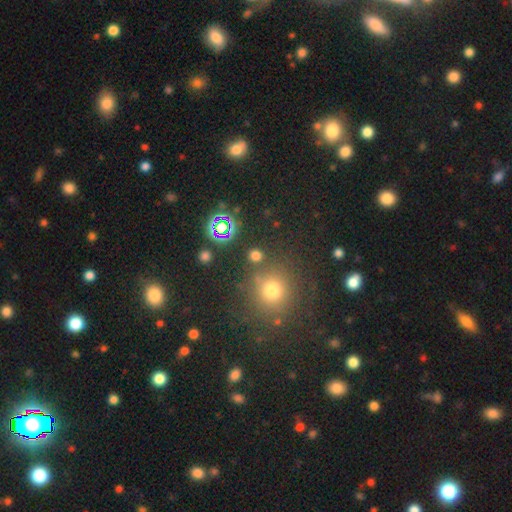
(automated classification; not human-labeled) A smooth galaxy with no disk features (64%) that is round (87%).

Vote fractions:
- Smooth or featured? smooth: 64% / star or artifact: 30% / featured or disk: 6%
- How rounded? round: 87% / in between: 11% / cigar-shaped: 1%
- Merging? none: 81% / minor disturbance: 8% / merger: 8% / major disturbance: 4%